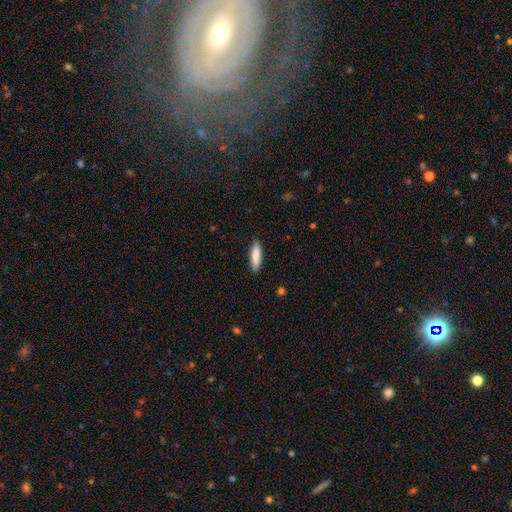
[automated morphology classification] smooth 83%, featured or disk 12%, star or artifact 6%. Down the decision tree: how rounded — cigar-shaped (70%); merging — none (87%).